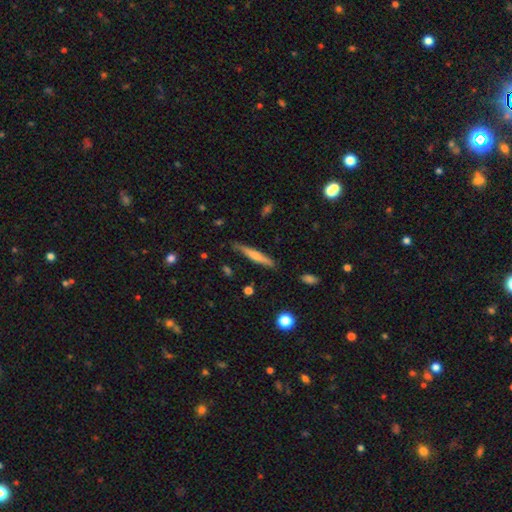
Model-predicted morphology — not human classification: The model was most divided on "smooth or featured": smooth: 57%, featured or disk: 37%, star or artifact: 6%. More confident: how rounded — cigar-shaped (93%); merging — none (81%).